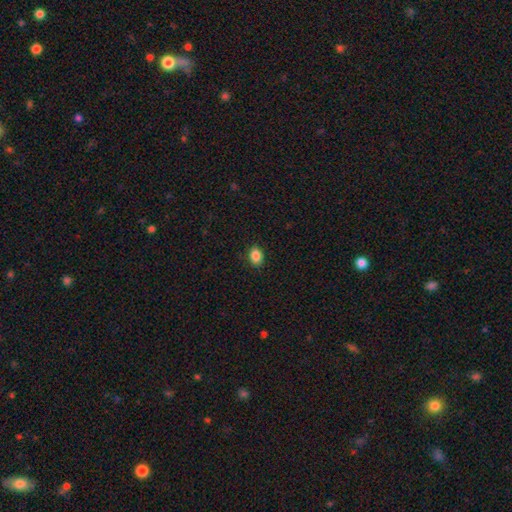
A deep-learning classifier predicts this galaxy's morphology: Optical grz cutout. It shows a smooth galaxy with no disk features (87%) that is in between round and cigar-shaped (68%). Merging: none (89%).